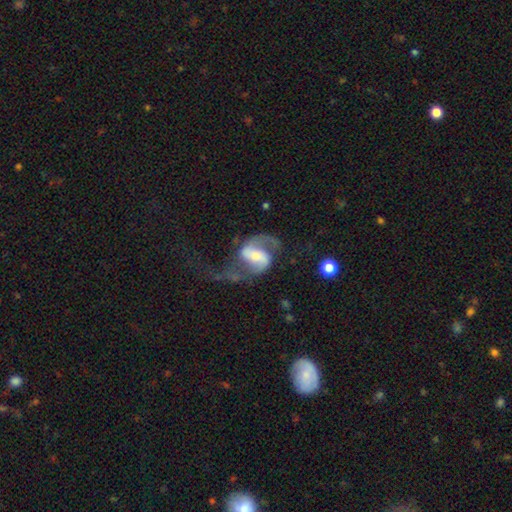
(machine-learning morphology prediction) This appears to be a featured or disk galaxy (87%) with a strong bar (42%), 2 (91%) loose (48%) spiral arms (95%) and a moderate central bulge (53%). Merging: none (48%).